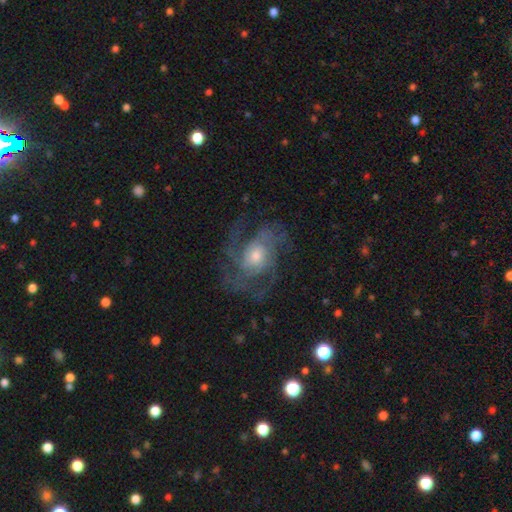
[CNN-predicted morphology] A featured or disk galaxy (85%) with no bar (69%), 3 (32%) medium (48%) spiral arms (95%) and a moderate central bulge (54%). Merging: none (66%).